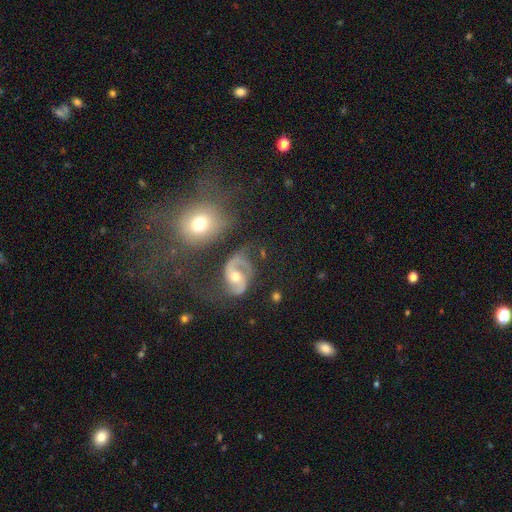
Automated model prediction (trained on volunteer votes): A featured or disk galaxy (43%).

Vote fractions:
- Smooth or featured? featured or disk: 43% / smooth: 36% / star or artifact: 21%
- Merging? merger: 49% / none: 23% / major disturbance: 18% / minor disturbance: 11%